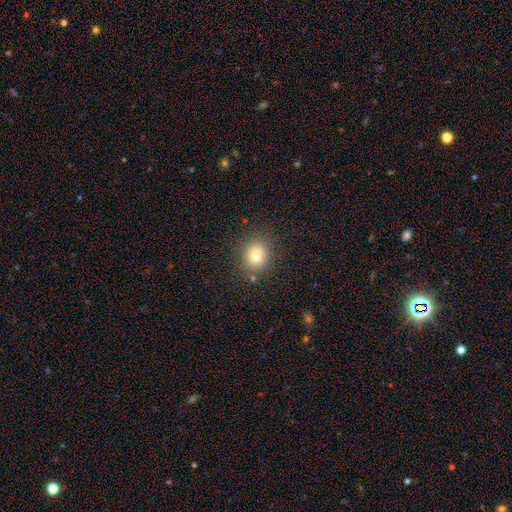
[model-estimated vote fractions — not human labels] smooth_or_featured: smooth (p=0.78) [alt: star or artifact p=0.13]
how_rounded: round (p=0.64) [alt: in between p=0.35]
merging: none (p=0.83) [alt: minor disturbance p=0.10]